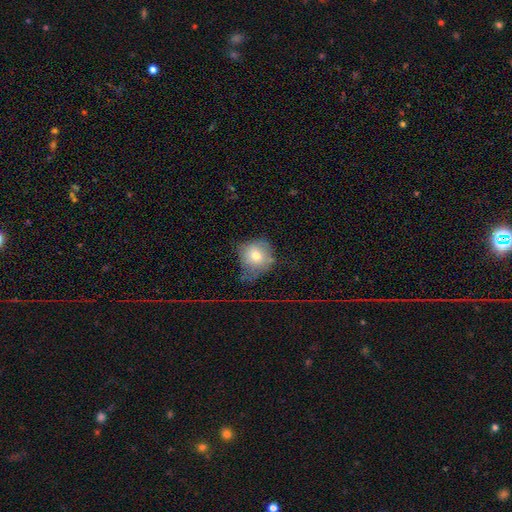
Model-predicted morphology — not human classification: The model was most divided on "merging": none: 47%, major disturbance: 25%, minor disturbance: 25%, merger: 4%. More confident: how rounded — round (85%); smooth or featured — smooth (69%).